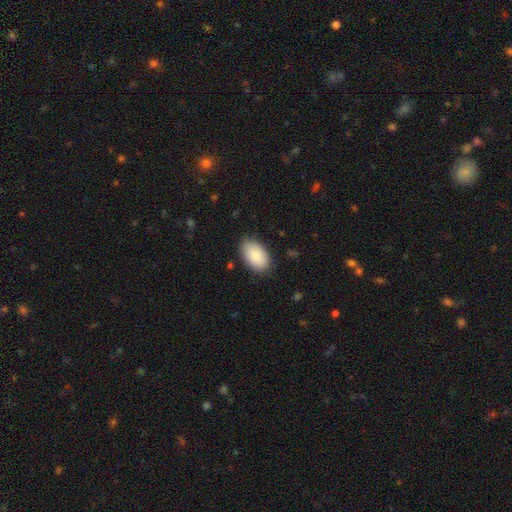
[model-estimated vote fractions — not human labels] smooth_or_featured: smooth (p=0.88) [alt: star or artifact p=0.06]
how_rounded: in between (p=0.94) [alt: round p=0.05]
merging: none (p=0.84) [alt: minor disturbance p=0.12]